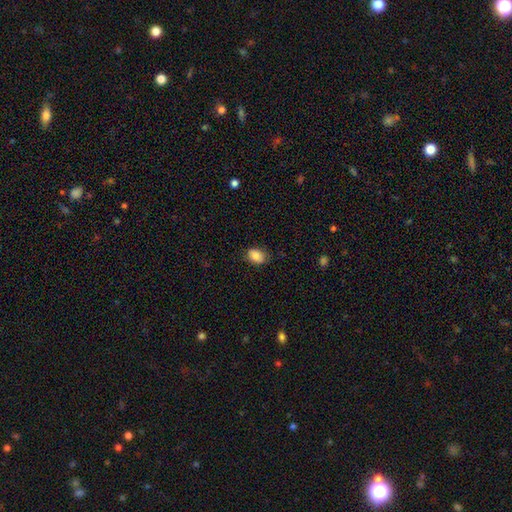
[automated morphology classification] Smooth or featured? smooth (84%)
How rounded? in between (76%)
Merging? none (81%)